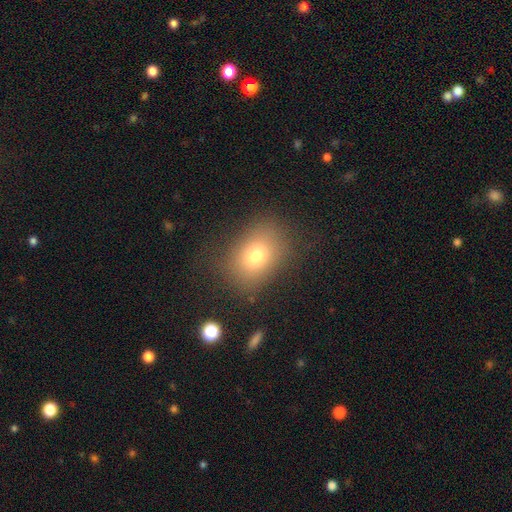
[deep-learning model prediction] Smooth or featured? smooth (72%)
How rounded? in between (60%)
Merging? none (78%)